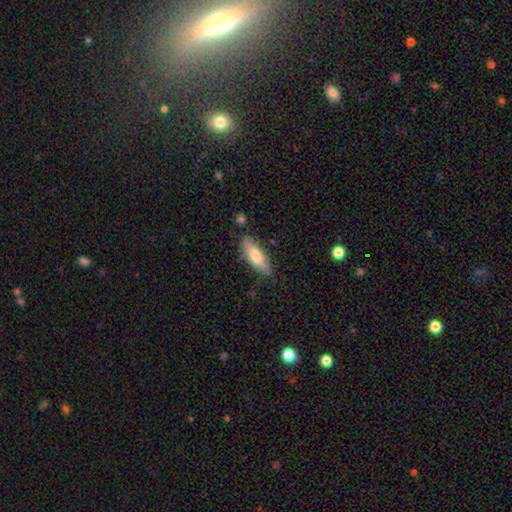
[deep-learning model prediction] smooth 74%, featured or disk 21%, star or artifact 6%. Down the decision tree: how rounded — in between (60%); merging — none (82%).